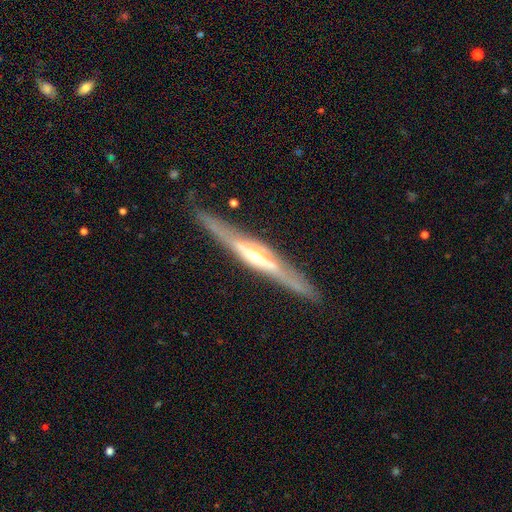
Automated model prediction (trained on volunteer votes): Smooth or featured? featured or disk (80%)
Edge-on disk? yes (95%)
Edge-on bulge? rounded (77%)
Merging? none (87%)